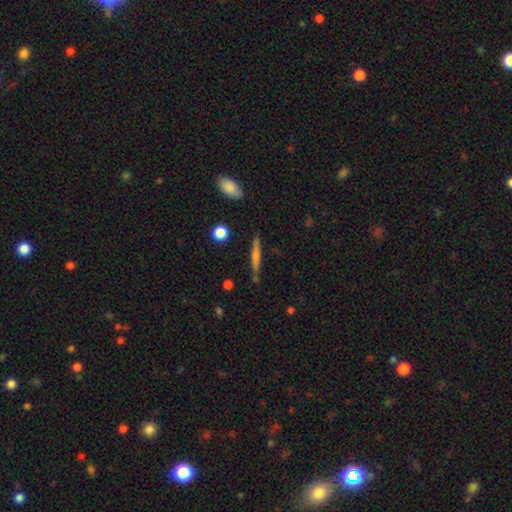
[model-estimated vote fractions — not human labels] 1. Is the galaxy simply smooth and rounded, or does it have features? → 50% featured or disk, 42% smooth, 8% star or artifact.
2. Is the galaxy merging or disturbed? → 87% none, 9% minor disturbance, 2% merger, 2% major disturbance.